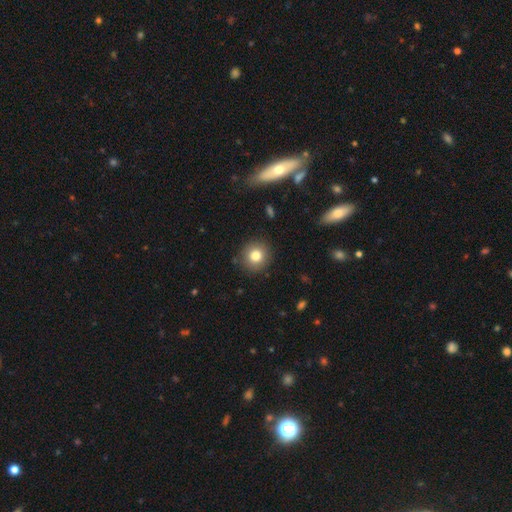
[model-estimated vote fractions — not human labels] smooth_or_featured: smooth (p=0.79) [alt: star or artifact p=0.11]
how_rounded: round (p=0.92) [alt: in between p=0.07]
merging: none (p=0.89) [alt: minor disturbance p=0.07]